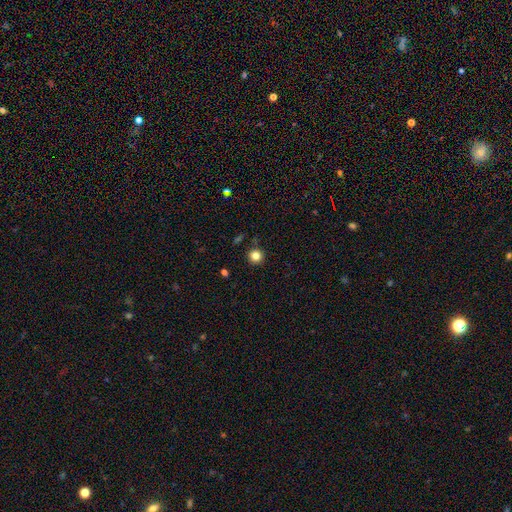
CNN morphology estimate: A smooth galaxy with no disk features (83%) that is round (95%). Merging: none (90%).